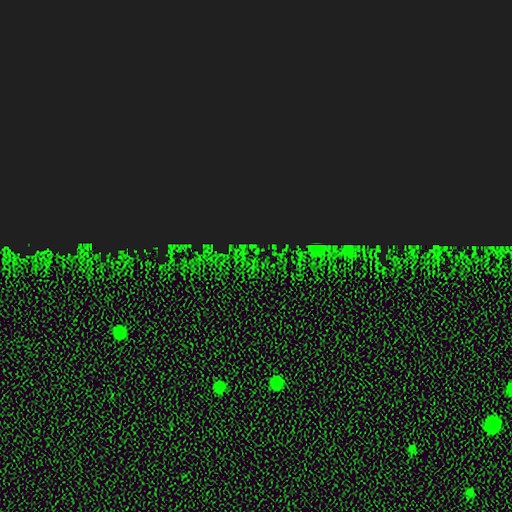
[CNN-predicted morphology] The model was most divided on "smooth or featured": star or artifact: 83%, smooth: 10%, featured or disk: 7%.